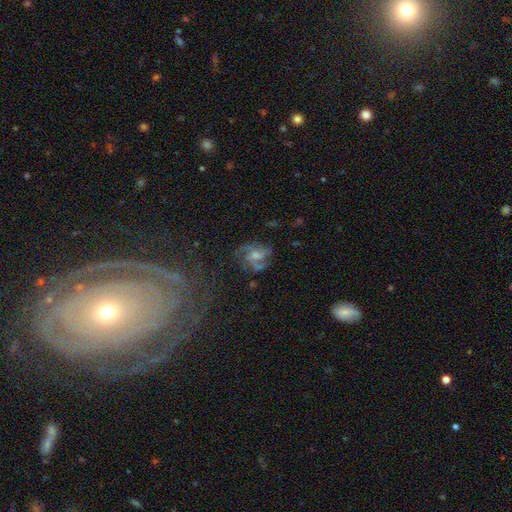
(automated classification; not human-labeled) Q: Smooth or featured?
A: featured or disk (74%); runner-up: smooth (14%)
Q: Edge-on disk?
A: no (97%); runner-up: yes (3%)
Q: Bar?
A: no (58%); runner-up: weak (35%)
Q: Spiral arms?
A: yes (91%); runner-up: no (9%)
Q: Spiral winding?
A: medium (51%); runner-up: loose (24%)
Q: Spiral arm count?
A: 3 (42%); runner-up: 2 (17%)
Q: Bulge size?
A: moderate (41%); runner-up: small (36%)
Q: Merging?
A: none (61%); runner-up: minor disturbance (19%)